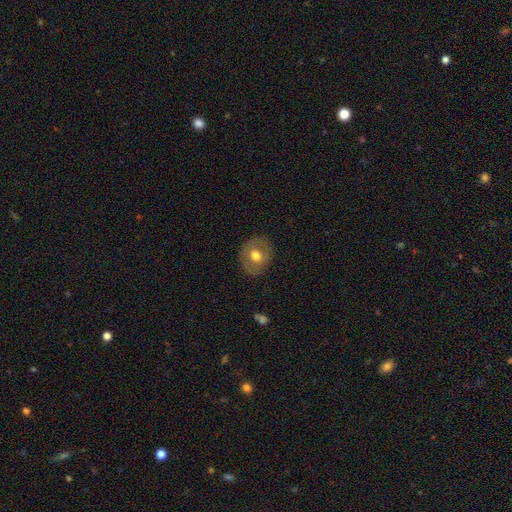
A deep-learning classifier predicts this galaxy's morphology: Overall: smooth (62%; featured or disk 30%). How rounded: round (67%; in between 32%). Merging: none (85%).